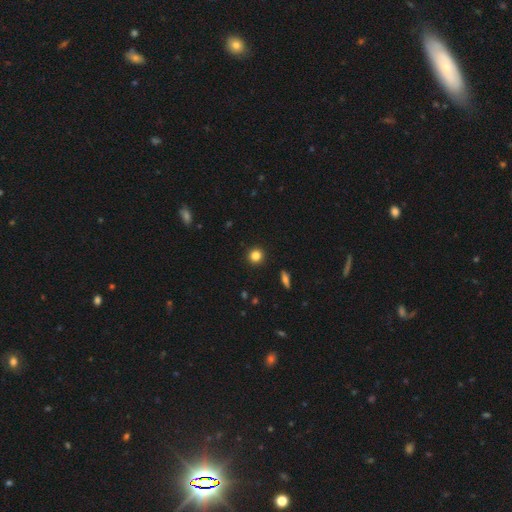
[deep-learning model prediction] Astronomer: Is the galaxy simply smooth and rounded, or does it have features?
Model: smooth — 83%.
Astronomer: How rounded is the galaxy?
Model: round — 93%.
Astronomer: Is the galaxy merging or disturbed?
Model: none — 93%.